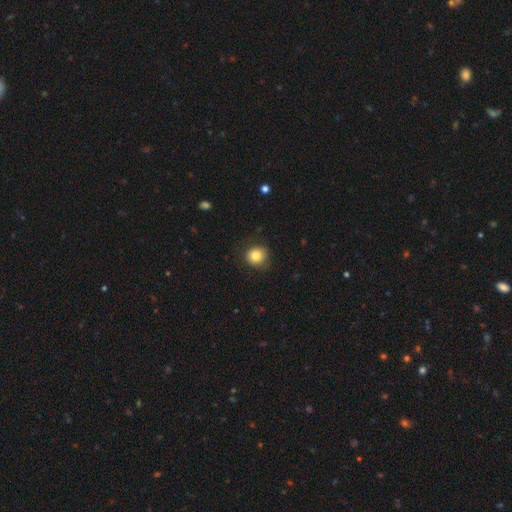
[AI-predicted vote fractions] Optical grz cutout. It shows a smooth galaxy with no disk features (82%) that is round (90%). Merging: none (85%).